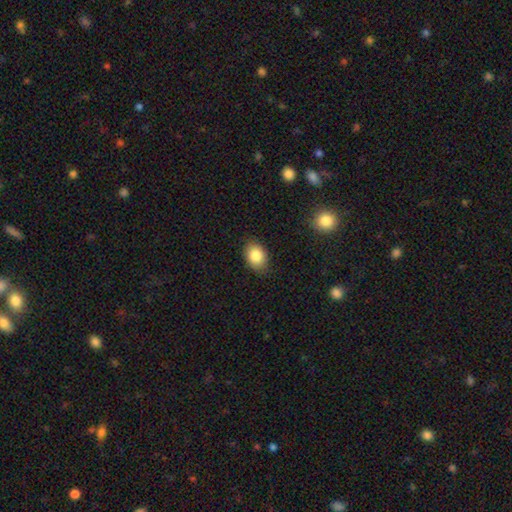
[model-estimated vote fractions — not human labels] Smooth or featured? smooth (85%)
How rounded? in between (74%)
Merging? none (85%)